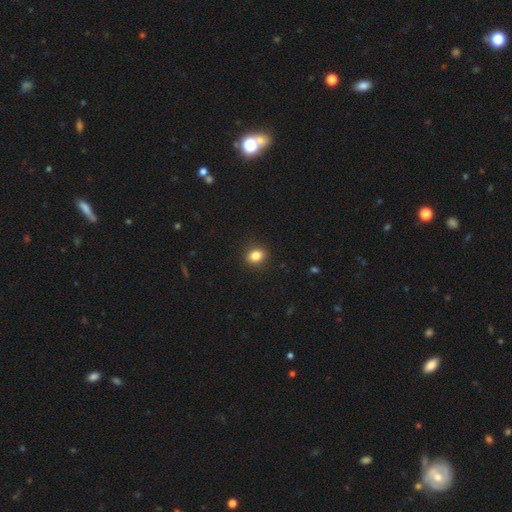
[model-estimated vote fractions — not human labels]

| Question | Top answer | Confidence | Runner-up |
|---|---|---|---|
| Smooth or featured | smooth | 84% | star or artifact (11%) |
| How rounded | round | 56% | in between (42%) |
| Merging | none | 90% | minor disturbance (7%) |